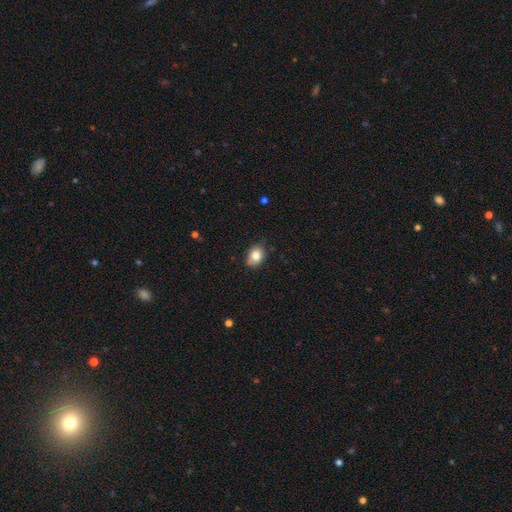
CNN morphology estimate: smooth-or-featured: smooth: 82% | featured or disk: 9% | star or artifact: 9%
  how-rounded: in between: 67% | round: 32% | cigar-shaped: 1%
  merging: none: 77% | minor disturbance: 19% | major disturbance: 3% | merger: 2%